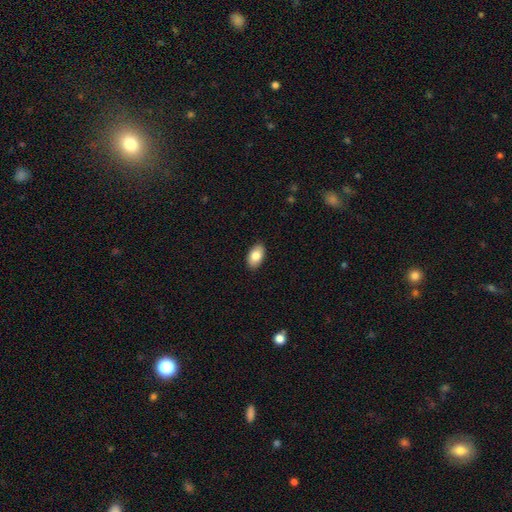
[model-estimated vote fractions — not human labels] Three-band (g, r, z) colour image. It shows a smooth galaxy with no disk features (83%) that is in between round and cigar-shaped (93%). Merging: none (90%).